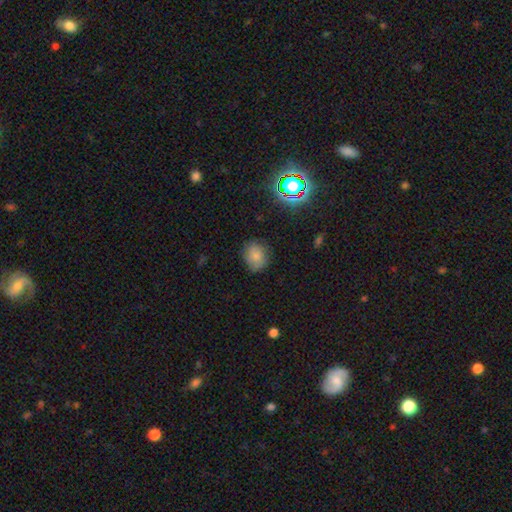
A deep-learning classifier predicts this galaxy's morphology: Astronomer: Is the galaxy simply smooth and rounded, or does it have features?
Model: smooth — 78%.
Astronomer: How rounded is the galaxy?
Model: round — 62% (runner-up: in between, 37%).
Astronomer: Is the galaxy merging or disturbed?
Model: none — 77%.